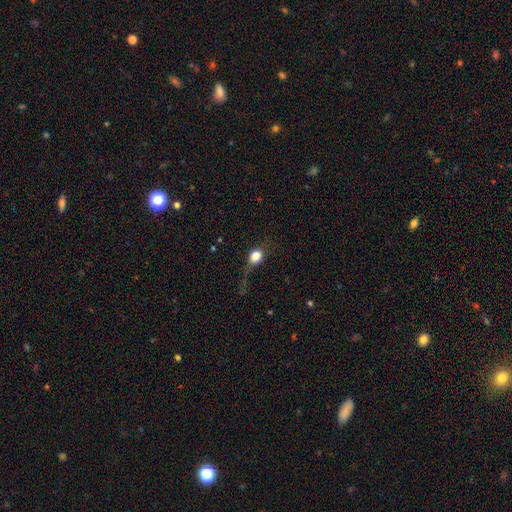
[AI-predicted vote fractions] This appears to be a smooth galaxy with no disk features (75%) that is round (60%). Merging: none (37%, tied with major disturbance).